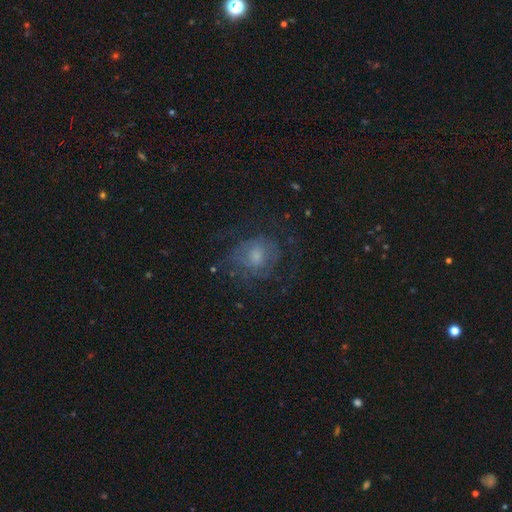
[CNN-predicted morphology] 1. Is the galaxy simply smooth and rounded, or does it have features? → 49% featured or disk, 38% smooth, 13% star or artifact.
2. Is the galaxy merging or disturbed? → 58% none, 21% major disturbance, 20% minor disturbance, 1% merger.